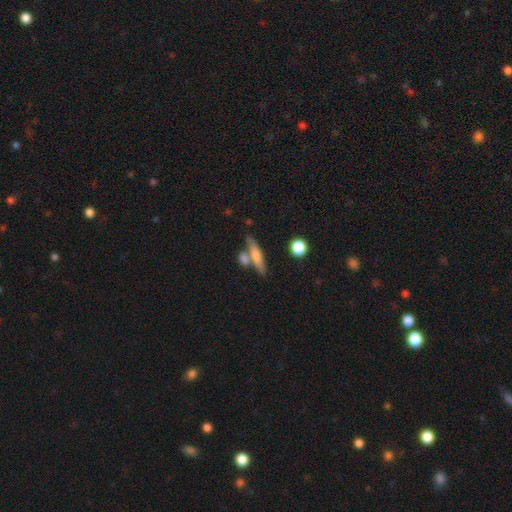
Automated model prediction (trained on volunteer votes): smooth_or_featured: smooth (p=0.60) [alt: featured or disk p=0.33]
how_rounded: cigar-shaped (p=0.74) [alt: in between p=0.20]
merging: none (p=0.63) [alt: merger p=0.23]